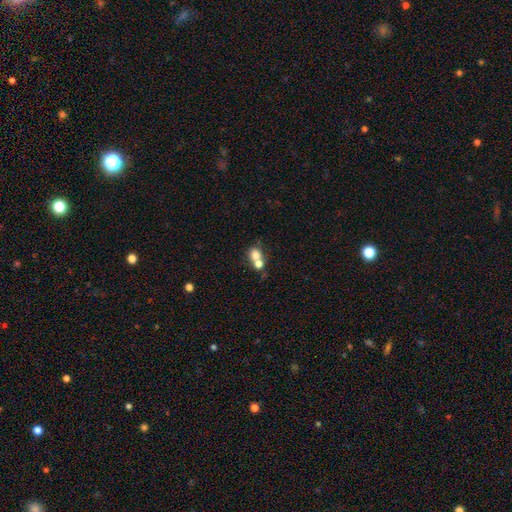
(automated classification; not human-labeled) This is likely a smooth galaxy (74%). How rounded: likely round (71%). Merging: possibly merger (60%).